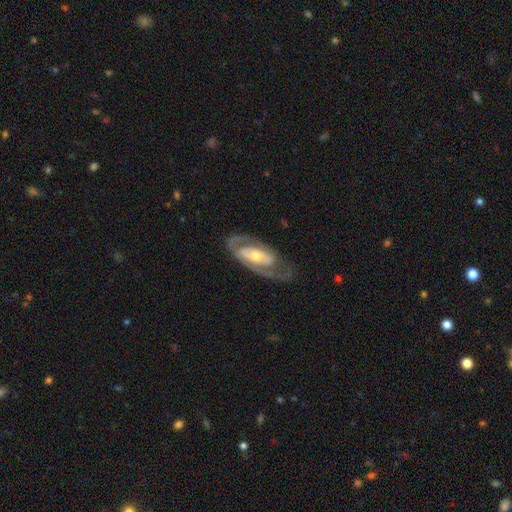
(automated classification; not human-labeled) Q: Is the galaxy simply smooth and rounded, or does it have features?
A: featured or disk — 85%.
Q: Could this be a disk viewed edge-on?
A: no — 93%.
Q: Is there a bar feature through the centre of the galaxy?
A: no — 40%.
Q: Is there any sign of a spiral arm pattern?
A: yes — 86%.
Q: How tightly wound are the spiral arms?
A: medium — 45%.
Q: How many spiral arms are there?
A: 2 — 82%.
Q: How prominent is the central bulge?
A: moderate — 52%.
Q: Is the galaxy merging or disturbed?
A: none — 74%.